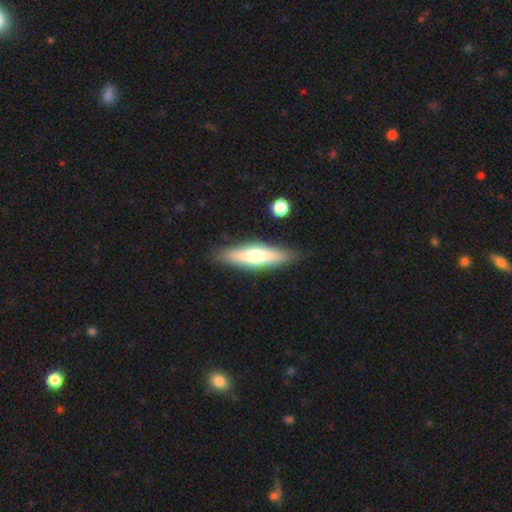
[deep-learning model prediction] Smooth or featured? smooth (51%)
How rounded? cigar-shaped (66%)
Merging? none (86%)